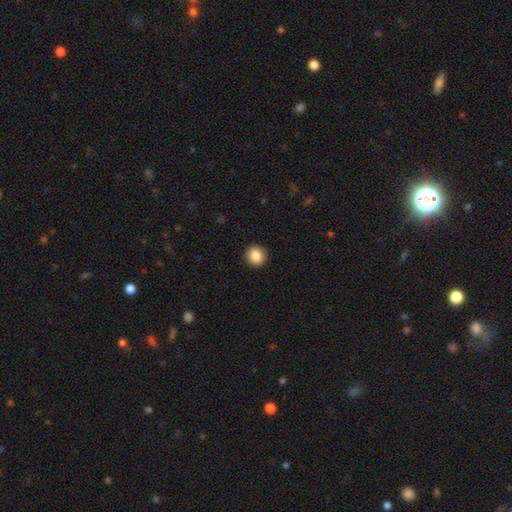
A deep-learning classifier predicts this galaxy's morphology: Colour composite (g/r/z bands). It shows a smooth galaxy with no disk features (86%) that is round (93%). Merging: none (92%).